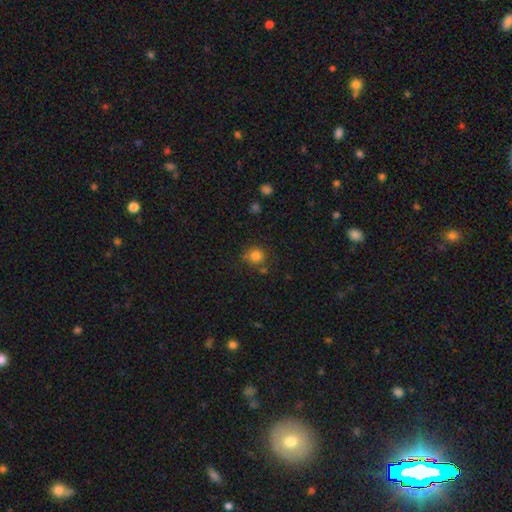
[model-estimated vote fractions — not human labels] Smooth or featured: smooth — 82% (star or artifact — 12%)
How rounded: round — 89% (in between — 10%)
Merging: none — 73% (minor disturbance — 15%)